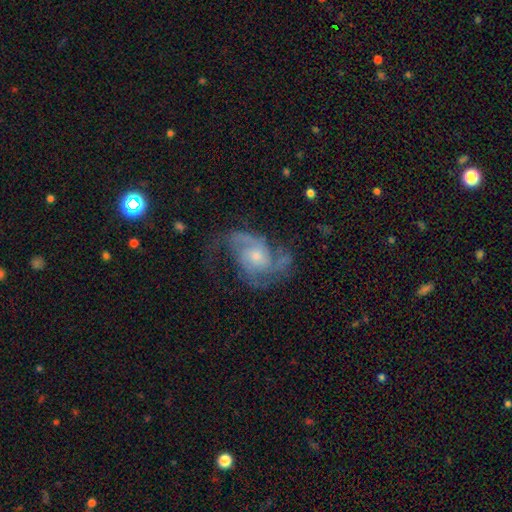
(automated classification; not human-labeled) Smooth or featured: featured or disk — 85% (smooth — 9%)
Edge-on disk: no — 98% (yes — 2%)
Bar: no — 69% (weak — 26%)
Spiral arms: yes — 95% (no — 5%)
Spiral winding: medium — 51% (loose — 25%)
Spiral arm count: 2 — 49% (3 — 26%)
Bulge size: small — 56% (moderate — 37%)
Merging: none — 55% (major disturbance — 22%)